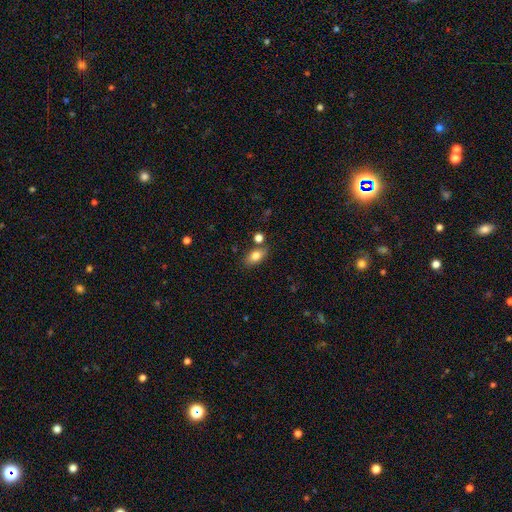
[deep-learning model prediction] A smooth galaxy with no disk features (80%) that is in between round and cigar-shaped (86%). Merging: none (74%).